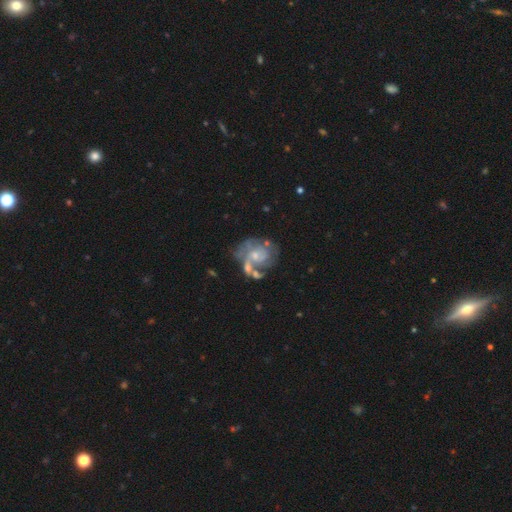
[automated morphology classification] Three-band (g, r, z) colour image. It shows a featured or disk galaxy (78%) with no bar (74%), tight (45%) spiral arms (76%) and a small central bulge (54%). Merging: none (36%).